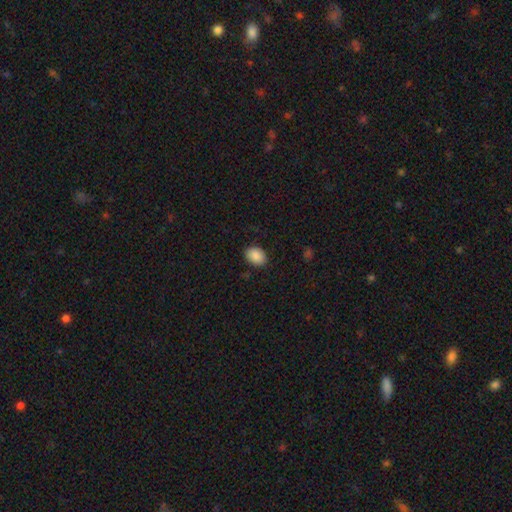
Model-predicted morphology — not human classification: The model was most divided on "how rounded": in between: 77%, round: 22%, cigar-shaped: 1%. More confident: smooth or featured — smooth (89%); merging — none (87%).